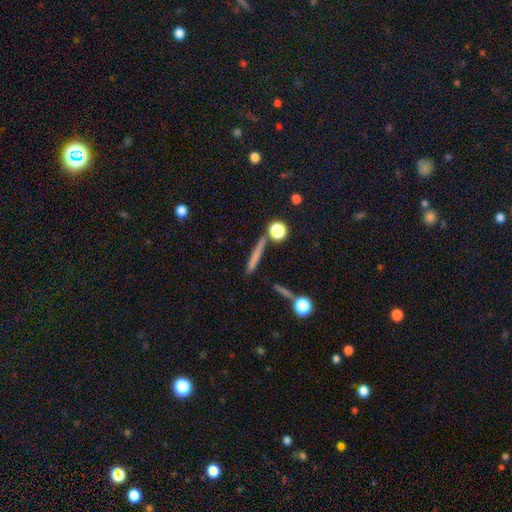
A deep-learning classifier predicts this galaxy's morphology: smooth-or-featured: smooth: 60% | featured or disk: 29% | star or artifact: 10%
  how-rounded: cigar-shaped: 85% | round: 9% | in between: 6%
  merging: none: 80% | minor disturbance: 10% | merger: 7% | major disturbance: 3%